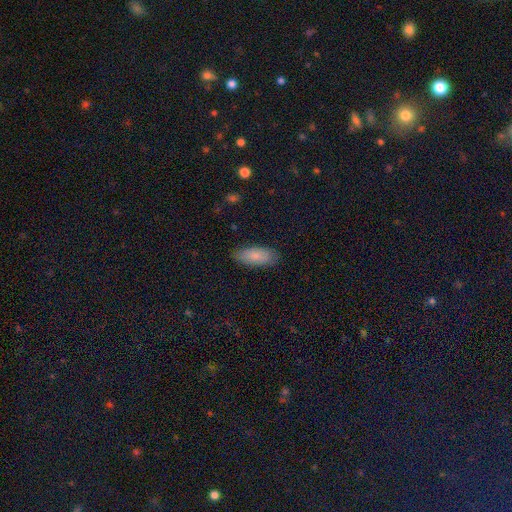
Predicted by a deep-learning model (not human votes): This appears to be a smooth galaxy with no disk features (84%) that is in between round and cigar-shaped (81%). Merging: none (85%).